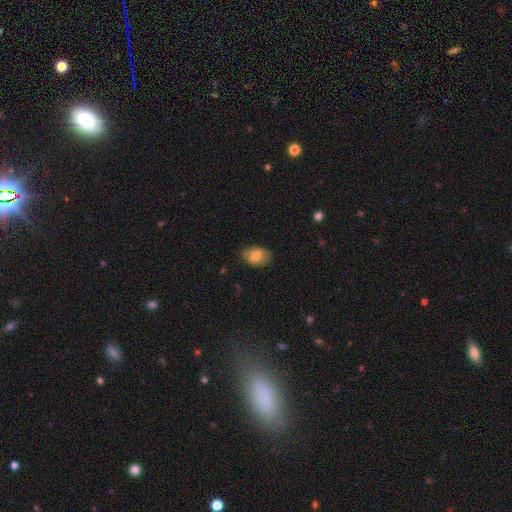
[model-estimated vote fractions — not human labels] smooth_or_featured: smooth (p=0.78) [alt: featured or disk p=0.15]
how_rounded: in between (p=0.84) [alt: round p=0.14]
merging: none (p=0.77) [alt: minor disturbance p=0.18]